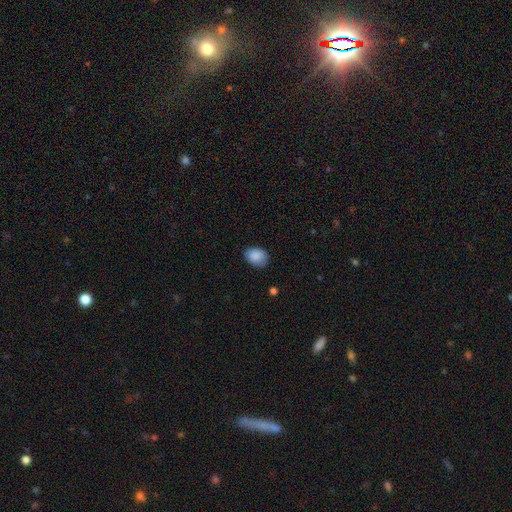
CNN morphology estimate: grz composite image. It shows a smooth galaxy with no disk features (88%) that is in between round and cigar-shaped (68%). Merging: none (77%).